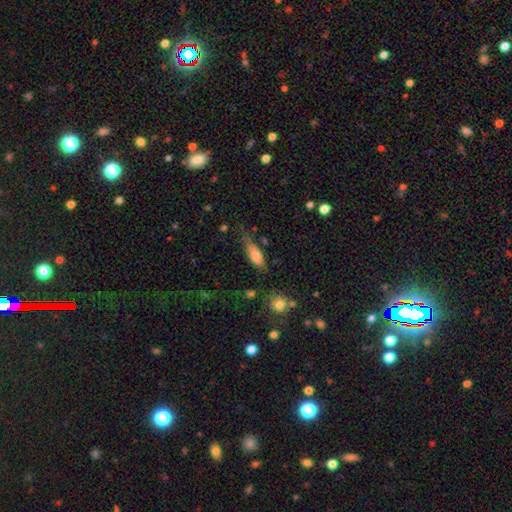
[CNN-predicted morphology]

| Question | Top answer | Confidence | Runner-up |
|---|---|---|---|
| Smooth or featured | smooth | 76% | featured or disk (16%) |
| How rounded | in between | 67% | cigar-shaped (30%) |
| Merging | none | 48% | minor disturbance (35%) |